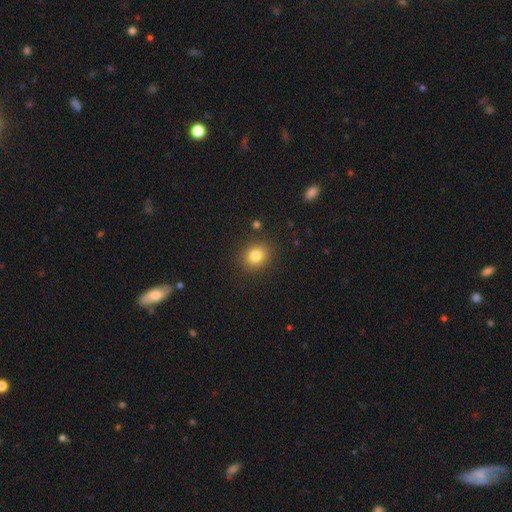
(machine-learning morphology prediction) smooth-or-featured: smooth: 81% | star or artifact: 12% | featured or disk: 8%
  how-rounded: round: 73% | in between: 26% | cigar-shaped: 1%
  merging: none: 87% | minor disturbance: 8% | major disturbance: 3% | merger: 2%